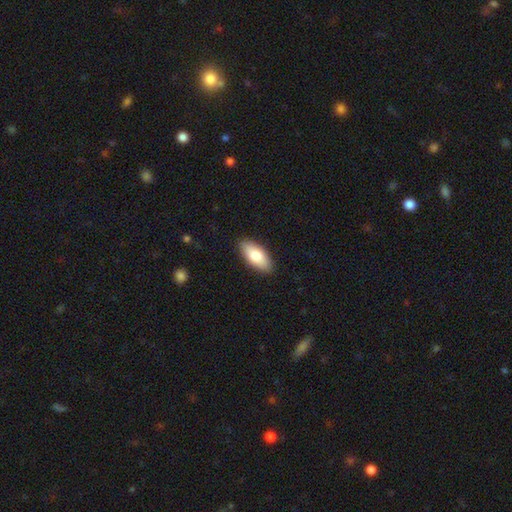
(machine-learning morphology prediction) Smooth or featured?
  - smooth: 79% *
  - featured or disk: 15%
  - star or artifact: 6%
How rounded?
  - in between: 86% *
  - cigar-shaped: 12%
  - round: 2%
Merging?
  - none: 89% *
  - minor disturbance: 8%
  - major disturbance: 2%
  - merger: 1%